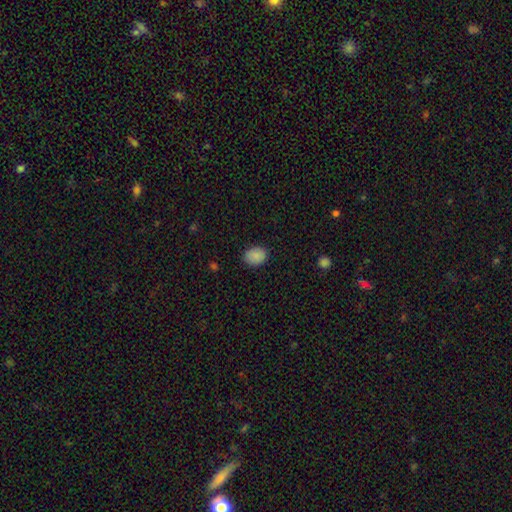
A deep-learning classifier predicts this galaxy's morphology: A smooth galaxy with no disk features (88%) that is in between round and cigar-shaped (64%).

Vote fractions:
- Smooth or featured? smooth: 88% / star or artifact: 8% / featured or disk: 4%
- How rounded? in between: 64% / round: 35% / cigar-shaped: 1%
- Merging? none: 86% / minor disturbance: 11% / major disturbance: 2% / merger: 1%